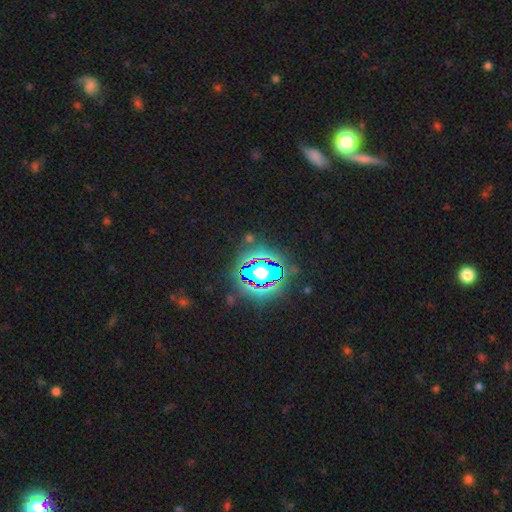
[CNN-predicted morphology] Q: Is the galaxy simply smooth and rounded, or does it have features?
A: star or artifact — 82%.